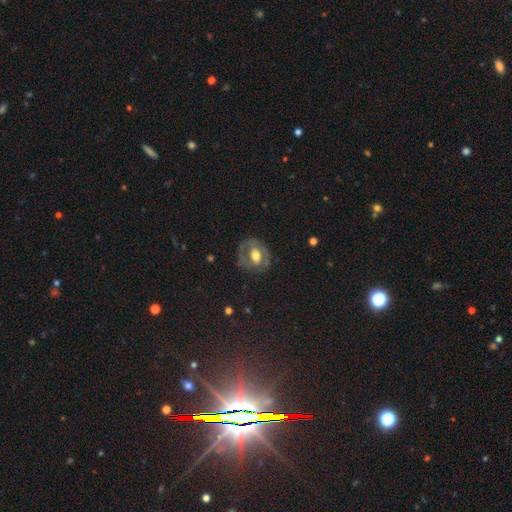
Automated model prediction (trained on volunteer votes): This appears to be a featured or disk galaxy (61%) with no bar (56%), no spiral arms (56%) and a moderate central bulge (60%). Merging: none (70%).